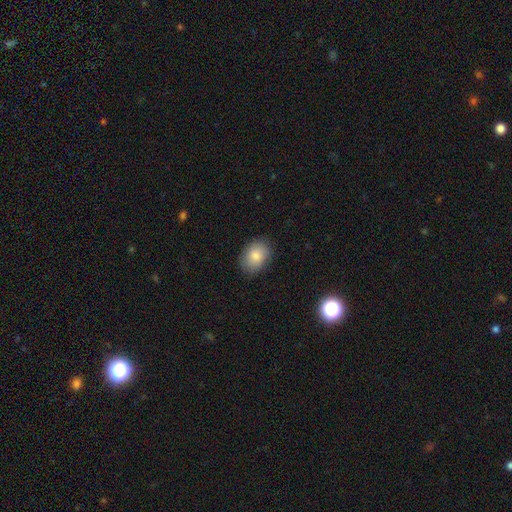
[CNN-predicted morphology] Smooth or featured: smooth — 85% (star or artifact — 8%)
How rounded: in between — 73% (round — 26%)
Merging: none — 85% (minor disturbance — 11%)